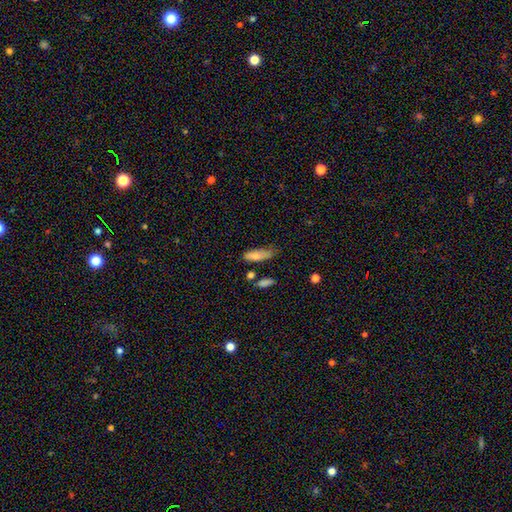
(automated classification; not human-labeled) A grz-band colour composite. It shows a smooth galaxy with no disk features (79%) that is in between round and cigar-shaped (59%). Merging: none (49%).